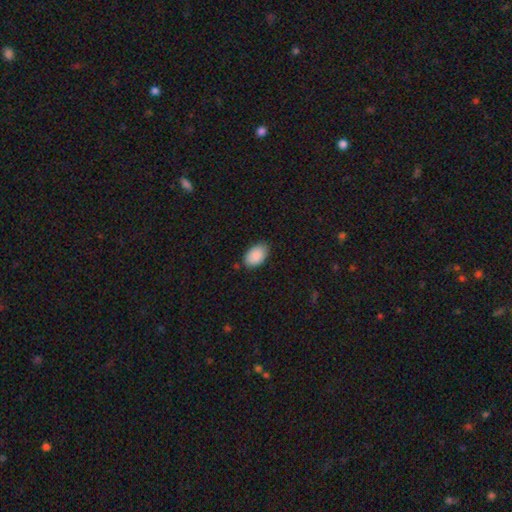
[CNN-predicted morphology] smooth 90%, star or artifact 6%, featured or disk 3%. Down the decision tree: how rounded — in between (93%); merging — none (81%).